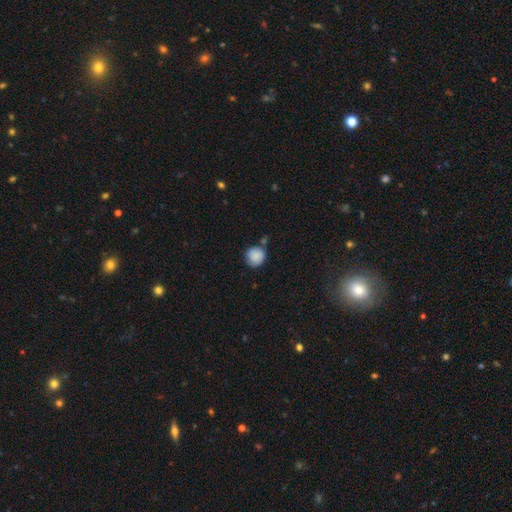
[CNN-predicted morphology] Q: Smooth or featured?
A: smooth (81%); runner-up: featured or disk (11%)
Q: How rounded?
A: round (90%); runner-up: in between (9%)
Q: Merging?
A: none (66%); runner-up: minor disturbance (19%)